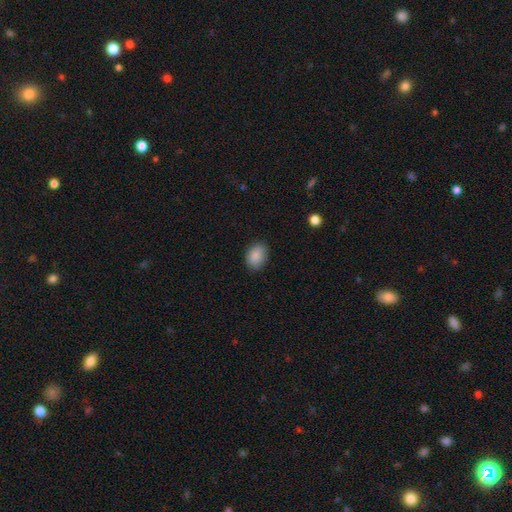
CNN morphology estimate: smooth 89%, star or artifact 8%, featured or disk 4%. Down the decision tree: how rounded — in between (76%); merging — none (84%).